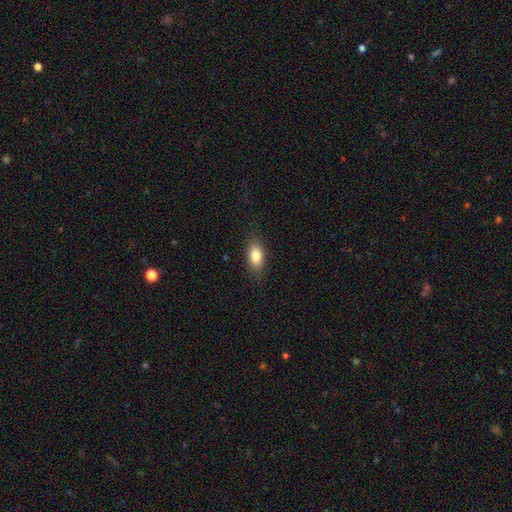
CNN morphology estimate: Smooth or featured? smooth (82%)
How rounded? in between (87%)
Merging? none (84%)